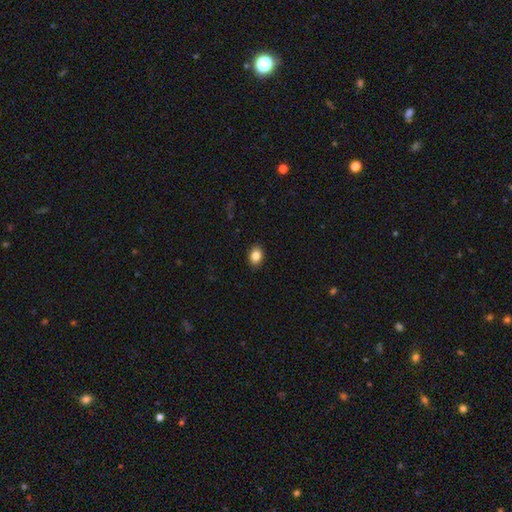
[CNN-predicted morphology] Smooth or featured? smooth (85%)
How rounded? in between (74%)
Merging? none (90%)